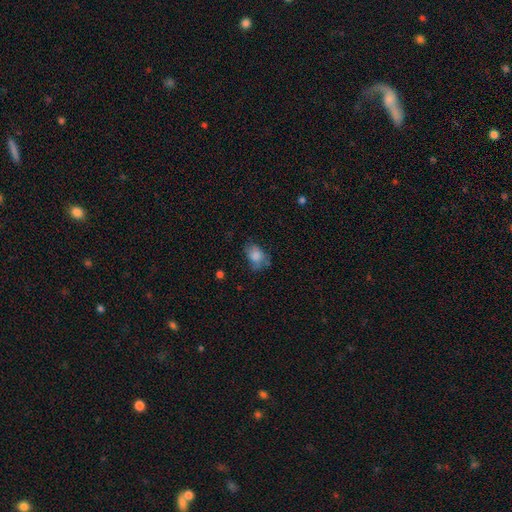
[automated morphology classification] A smooth galaxy with no disk features (76%) that is in between round and cigar-shaped (75%).

Vote fractions:
- Smooth or featured? smooth: 76% / featured or disk: 14% / star or artifact: 10%
- How rounded? in between: 75% / round: 24% / cigar-shaped: 1%
- Merging? none: 49% / minor disturbance: 31% / major disturbance: 17% / merger: 3%